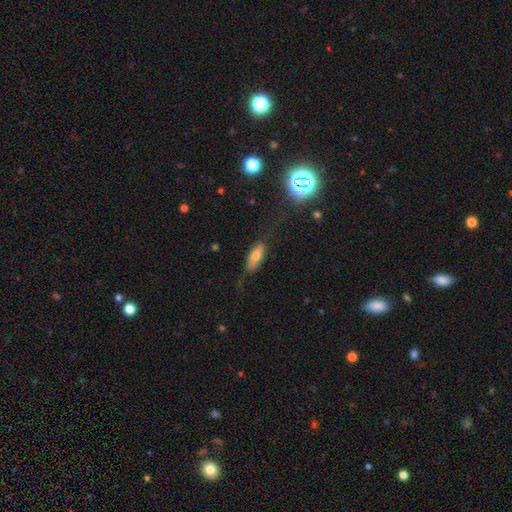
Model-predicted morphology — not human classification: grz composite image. It shows a smooth galaxy with no disk features (69%) that is in between round and cigar-shaped (67%). Merging: none (65%).